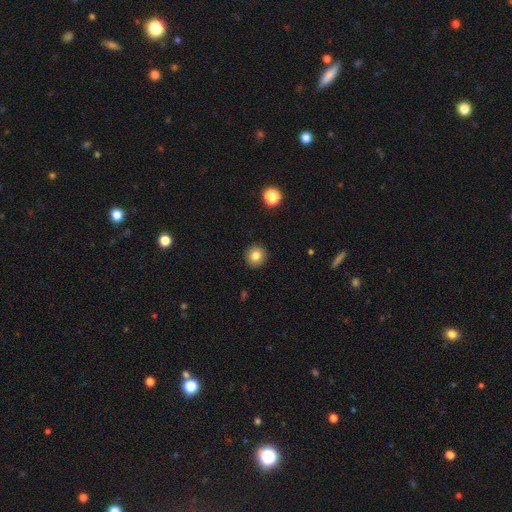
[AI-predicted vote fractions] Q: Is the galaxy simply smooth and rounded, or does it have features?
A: smooth — 82%.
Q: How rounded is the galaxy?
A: round — 93%.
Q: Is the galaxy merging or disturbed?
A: none — 92%.